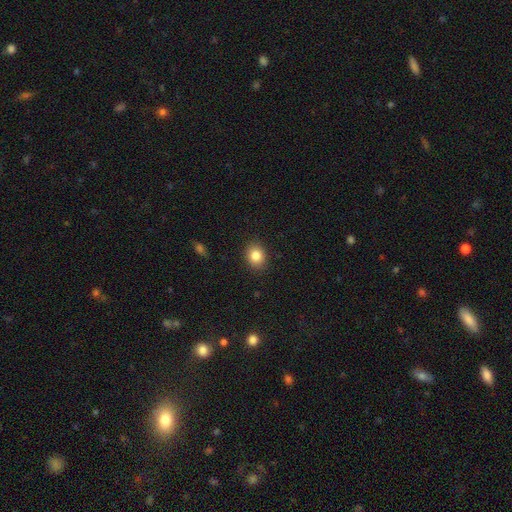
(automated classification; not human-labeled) Smooth or featured? smooth (84%)
How rounded? round (58%)
Merging? none (88%)